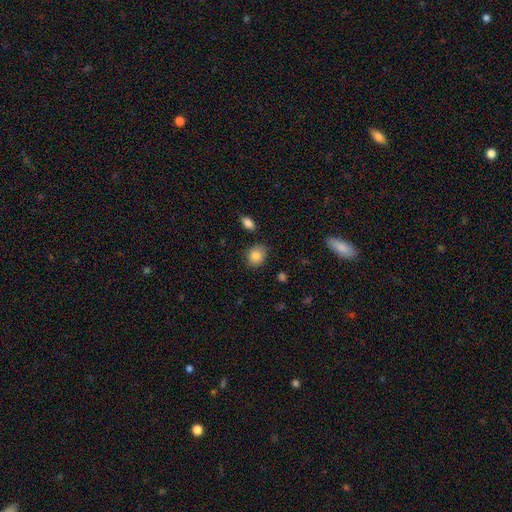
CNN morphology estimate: The model was most divided on "how rounded": round: 53%, in between: 46%, cigar-shaped: 1%. More confident: smooth or featured — smooth (85%); merging — none (81%).